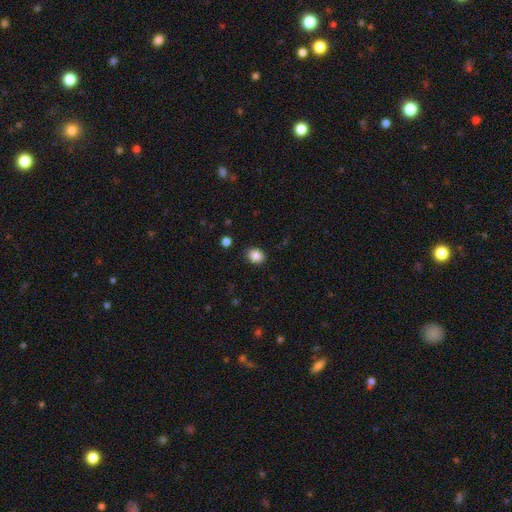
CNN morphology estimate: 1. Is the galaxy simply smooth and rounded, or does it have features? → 86% smooth, 10% star or artifact, 4% featured or disk.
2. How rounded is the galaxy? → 58% round, 42% in between, 1% cigar-shaped.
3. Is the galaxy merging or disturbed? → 88% none, 8% minor disturbance, 2% major disturbance, 1% merger.